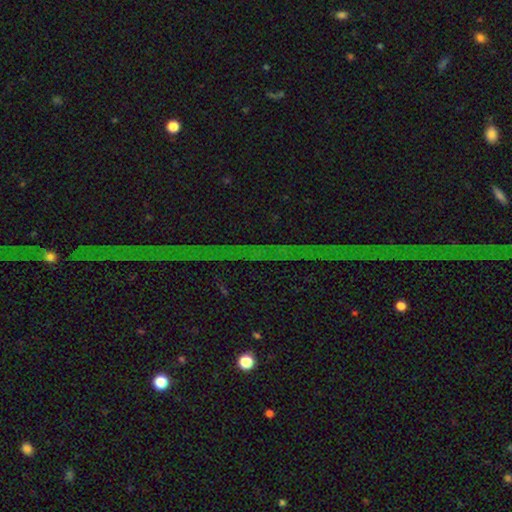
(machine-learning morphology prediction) This is clearly a star or artifact rather than a galaxy (80%).